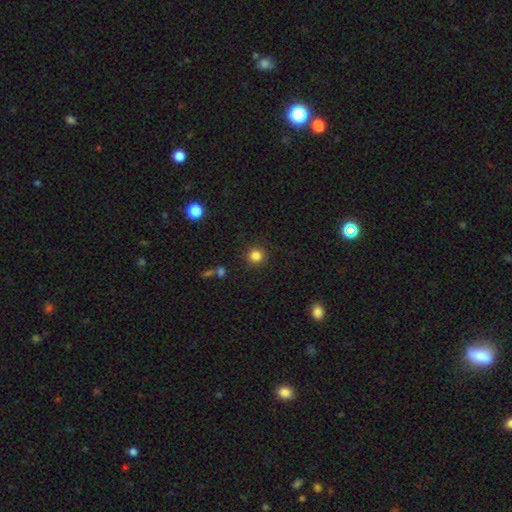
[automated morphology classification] smooth 83%, star or artifact 12%, featured or disk 5%. Down the decision tree: how rounded — round (94%); merging — none (90%).